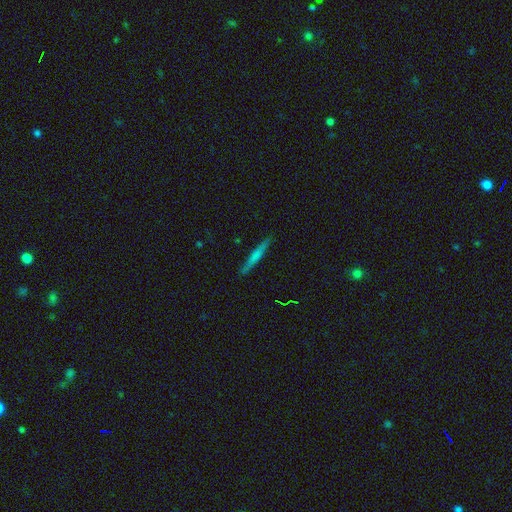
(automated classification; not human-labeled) A smooth galaxy with no disk features (52%) that is cigar-shaped (95%). Merging: none (90%).